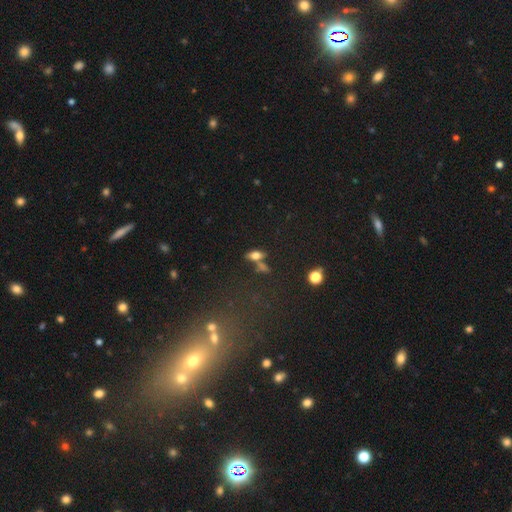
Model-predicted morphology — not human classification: Overall: smooth (60%; featured or disk 26%). How rounded: in between (70%). Merging: none (55%; merger 24%).